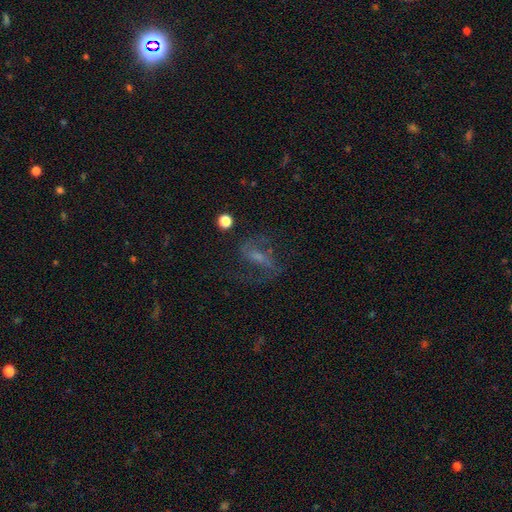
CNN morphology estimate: smooth-or-featured: featured or disk: 65% | star or artifact: 18% | smooth: 17%
  disk-edge-on: no: 93% | yes: 7%
    bar: weak: 43% | strong: 30% | no: 27%
    has-spiral-arms: yes: 82% | no: 18%
    bulge-size: small: 52% | moderate: 29% | none: 14% | large: 4% | dominant: 2%
  merging: none: 63% | major disturbance: 19% | minor disturbance: 16% | merger: 2%